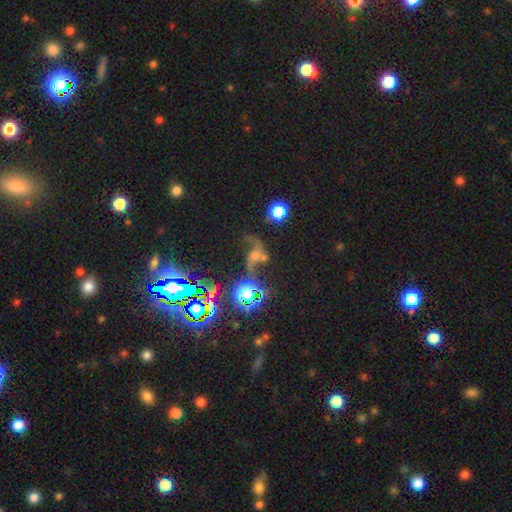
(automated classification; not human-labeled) A featured or disk galaxy (62%) with no bar (66%), 2 (87%) loose (90%) spiral arms (85%) and a moderate central bulge (35%).

Vote fractions:
- Smooth or featured? featured or disk: 62% / star or artifact: 22% / smooth: 16%
- Edge-on disk? no: 95% / yes: 5%
- Bar? no: 66% / weak: 26% / strong: 8%
- Spiral arms? yes: 85% / no: 15%
- Spiral winding? loose: 90% / medium: 8% / tight: 2%
- Spiral arm count? 2: 87% / 1: 7% / can't tell: 3% / 3: 1% / 4: 1% / more than 4: 1%
- Bulge size? moderate: 35% / small: 28% / none: 19% / large: 13% / dominant: 5%
- Merging? none: 39% / major disturbance: 24% / merger: 22% / minor disturbance: 15%